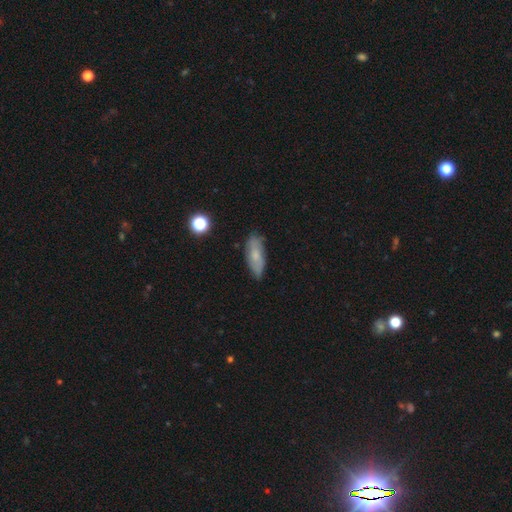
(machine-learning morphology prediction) The model was most divided on "smooth or featured": smooth: 63%, featured or disk: 28%, star or artifact: 8%. More confident: merging — none (78%); how rounded — in between (74%).